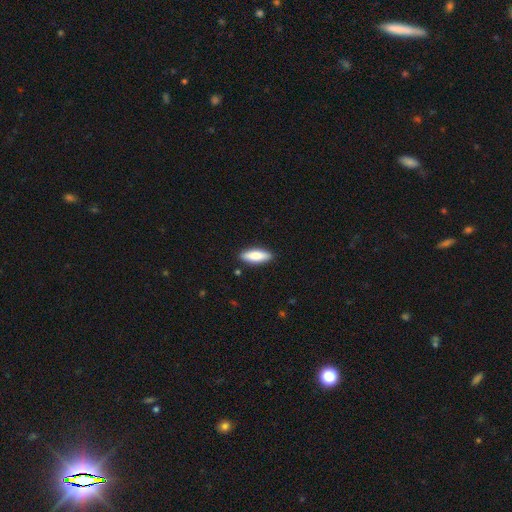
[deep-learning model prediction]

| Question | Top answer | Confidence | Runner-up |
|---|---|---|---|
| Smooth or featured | smooth | 80% | featured or disk (14%) |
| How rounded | in between | 61% | cigar-shaped (38%) |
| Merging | none | 89% | minor disturbance (8%) |